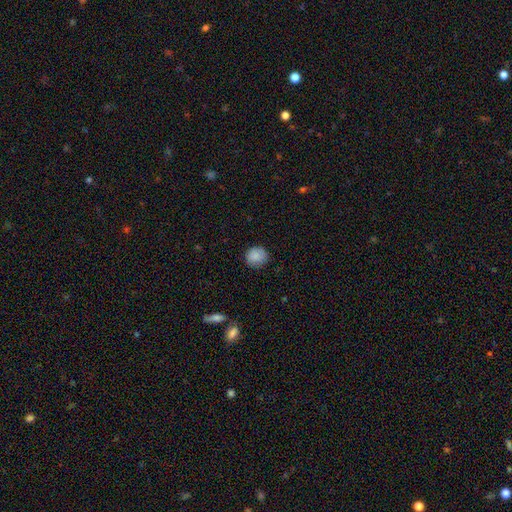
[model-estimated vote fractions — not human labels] Smooth or featured?
  - smooth: 87% *
  - star or artifact: 8%
  - featured or disk: 5%
How rounded?
  - round: 91% *
  - in between: 8%
  - cigar-shaped: 1%
Merging?
  - none: 86% *
  - minor disturbance: 11%
  - major disturbance: 2%
  - merger: 1%